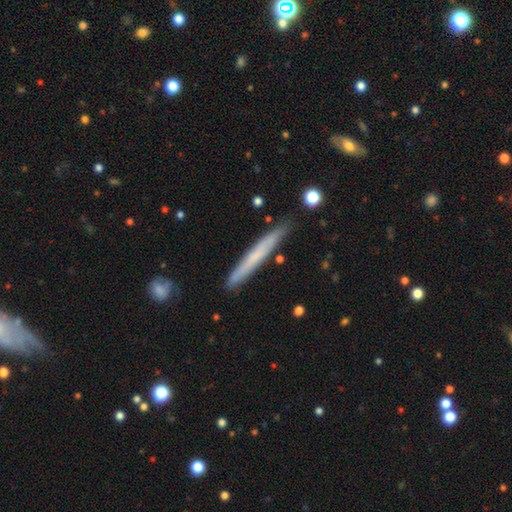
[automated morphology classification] Smooth or featured?
  - smooth: 56% *
  - featured or disk: 37%
  - star or artifact: 7%
How rounded?
  - cigar-shaped: 97% *
  - in between: 2%
  - round: 1%
Merging?
  - none: 87% *
  - minor disturbance: 9%
  - merger: 2%
  - major disturbance: 2%